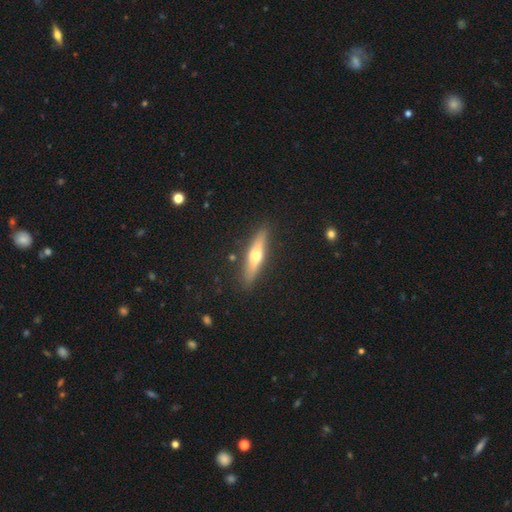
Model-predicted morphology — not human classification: Smooth or featured?
  - featured or disk: 50% *
  - smooth: 44%
  - star or artifact: 6%
Edge-on disk?
  - yes: 89% *
  - no: 11%
Merging?
  - none: 88% *
  - minor disturbance: 8%
  - major disturbance: 2%
  - merger: 2%